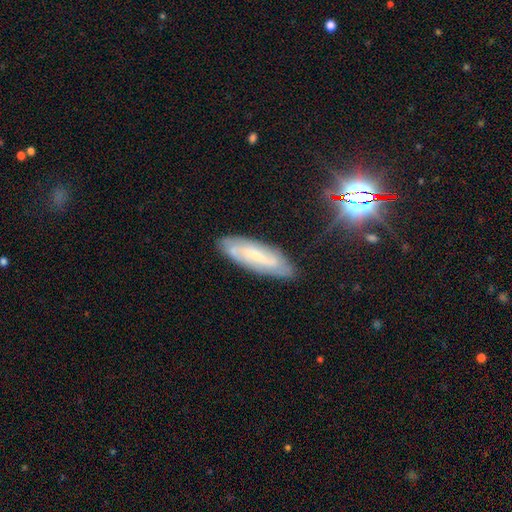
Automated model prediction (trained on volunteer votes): A featured or disk galaxy (57%).

Vote fractions:
- Smooth or featured? featured or disk: 57% / smooth: 33% / star or artifact: 11%
- Edge-on disk? no: 76% / yes: 24%
- Merging? none: 80% / minor disturbance: 15% / major disturbance: 4% / merger: 2%